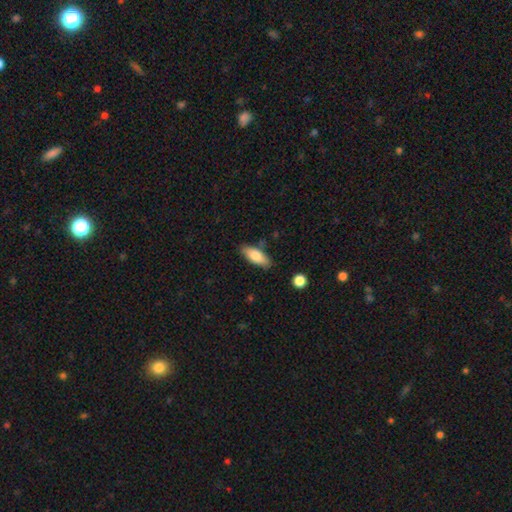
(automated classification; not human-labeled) This is likely a smooth galaxy (79%). How rounded: likely in between (73%). Merging: clearly none (81%).